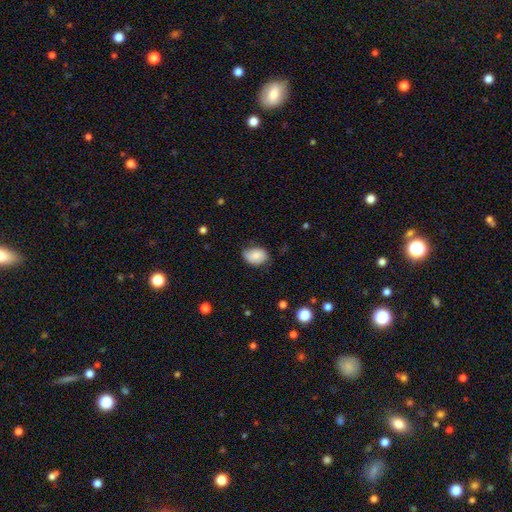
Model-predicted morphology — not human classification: A smooth galaxy with no disk features (81%) that is in between round and cigar-shaped (76%).

Vote fractions:
- Smooth or featured? smooth: 81% / featured or disk: 12% / star or artifact: 8%
- How rounded? in between: 76% / round: 23% / cigar-shaped: 1%
- Merging? none: 65% / minor disturbance: 28% / major disturbance: 6% / merger: 1%